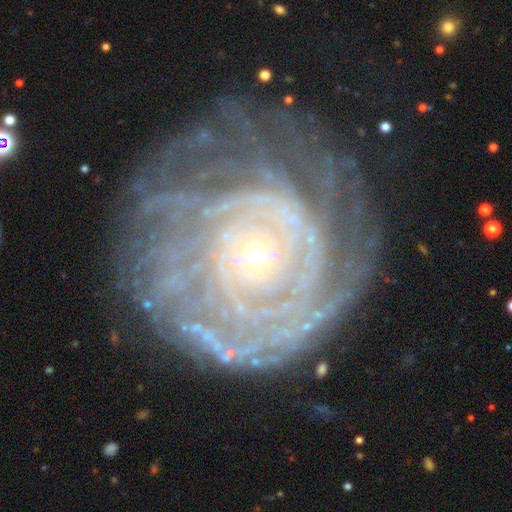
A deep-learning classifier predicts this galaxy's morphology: smooth-or-featured: featured or disk: 86% | smooth: 7% | star or artifact: 7%
  disk-edge-on: no: 97% | yes: 3%
    bar: no: 83% | weak: 12% | strong: 5%
    has-spiral-arms: yes: 94% | no: 6%
      spiral-winding: tight: 82% | medium: 14% | loose: 4%
      spiral-arm-count: can't tell: 33% | more than 4: 22% | 4: 14% | 2: 12% | 3: 11% | 1: 8%
    bulge-size: small: 85% | moderate: 10% | large: 2% | none: 2% | dominant: 1%
  merging: none: 66% | minor disturbance: 19% | major disturbance: 12% | merger: 2%